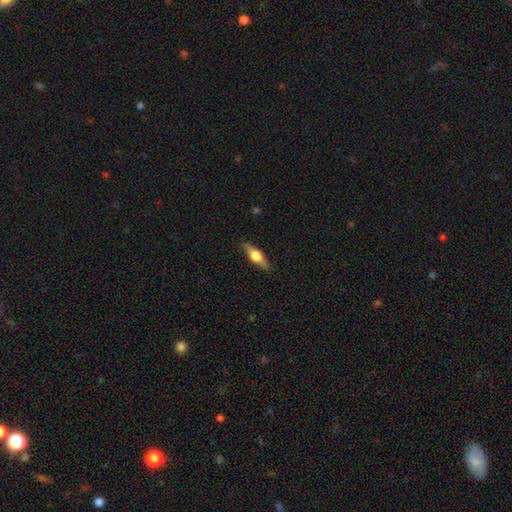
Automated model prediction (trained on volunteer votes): featured or disk 47%, smooth 46%, star or artifact 6%. Down the decision tree: merging — none (86%).